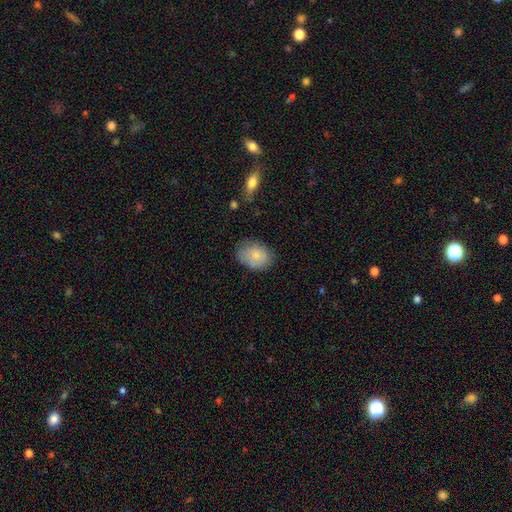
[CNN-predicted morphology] smooth-or-featured: smooth: 78% | featured or disk: 14% | star or artifact: 7%
  how-rounded: in between: 66% | round: 33% | cigar-shaped: 1%
  merging: none: 70% | minor disturbance: 22% | major disturbance: 6% | merger: 2%